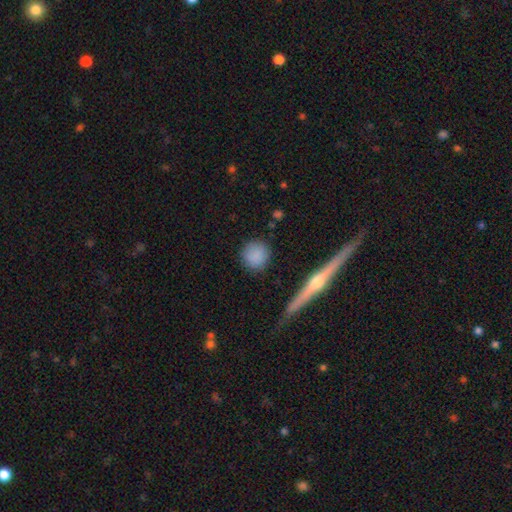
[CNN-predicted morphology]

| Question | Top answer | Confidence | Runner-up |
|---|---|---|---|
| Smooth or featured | smooth | 86% | star or artifact (8%) |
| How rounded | round | 89% | in between (9%) |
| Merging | none | 87% | minor disturbance (8%) |